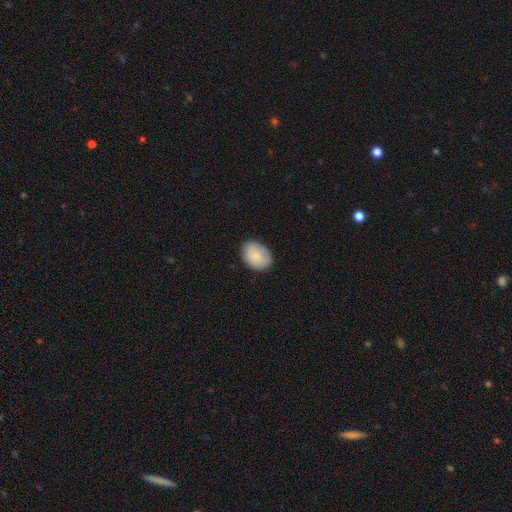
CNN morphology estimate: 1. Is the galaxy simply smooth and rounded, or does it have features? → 83% smooth, 10% featured or disk, 6% star or artifact.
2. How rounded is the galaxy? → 72% in between, 28% round, 1% cigar-shaped.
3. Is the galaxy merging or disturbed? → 83% none, 14% minor disturbance, 3% major disturbance, 1% merger.